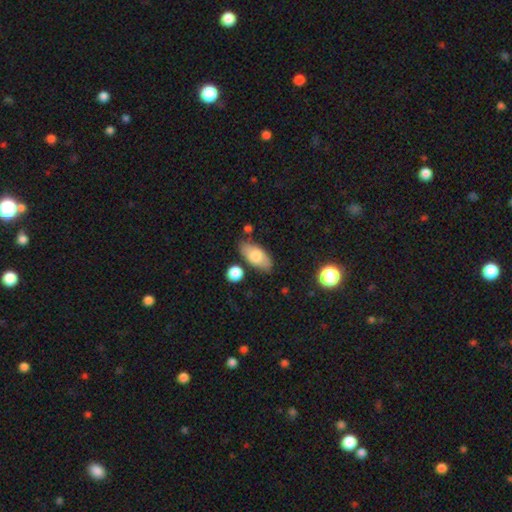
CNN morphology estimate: The model was most divided on "smooth or featured": smooth: 75%, featured or disk: 19%, star or artifact: 6%. More confident: how rounded — in between (88%); merging — none (76%).